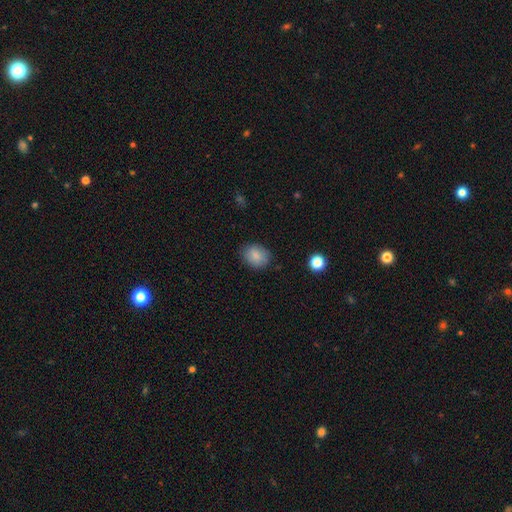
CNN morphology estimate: Overall: smooth (85%). How rounded: in between (54%; round 45%). Merging: none (81%).